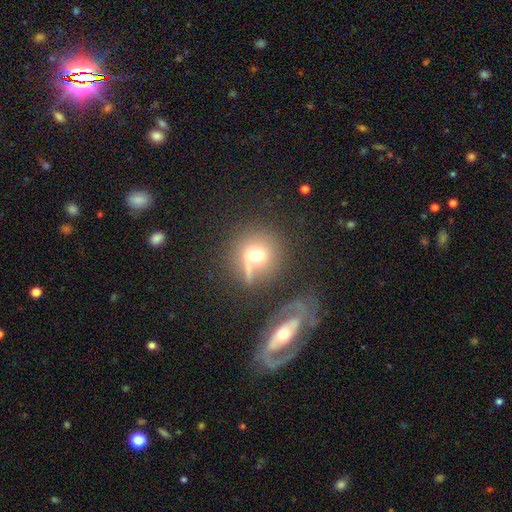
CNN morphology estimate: type=smooth (61%); roundness=round (89%); merging=none (57%).